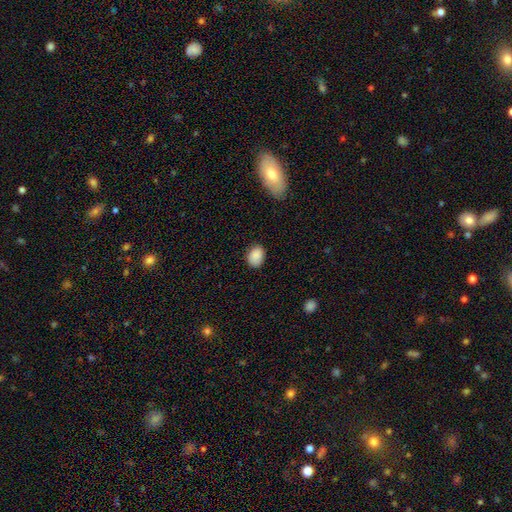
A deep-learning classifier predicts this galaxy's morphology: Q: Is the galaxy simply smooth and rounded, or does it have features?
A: smooth — 88%.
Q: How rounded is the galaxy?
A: in between — 68%.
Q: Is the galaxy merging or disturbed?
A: none — 81%.